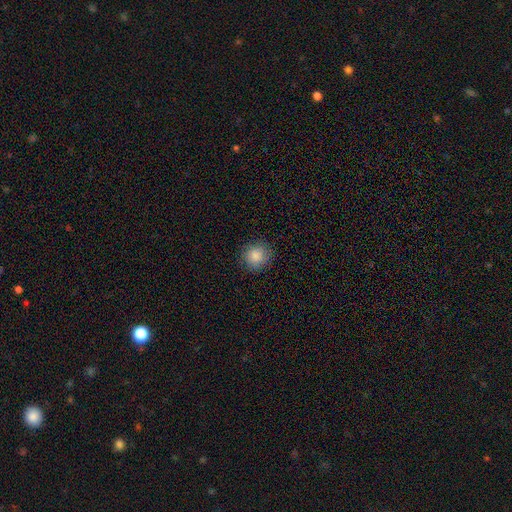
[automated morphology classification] smooth_or_featured: smooth (p=0.86) [alt: star or artifact p=0.09]
how_rounded: round (p=0.88) [alt: in between p=0.11]
merging: none (p=0.87) [alt: minor disturbance p=0.10]